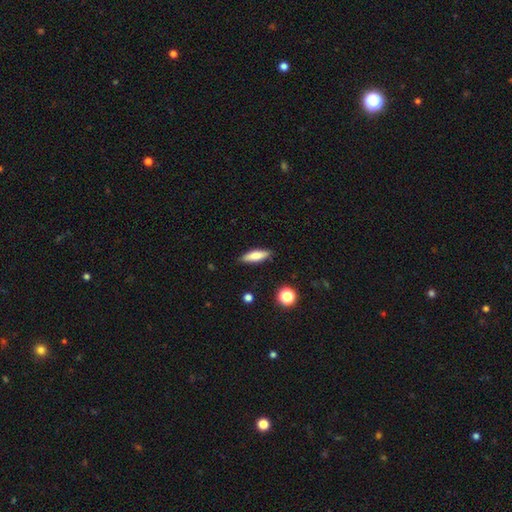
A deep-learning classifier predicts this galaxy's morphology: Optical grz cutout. It shows a smooth galaxy with no disk features (72%) that is cigar-shaped (54%). Merging: none (86%).